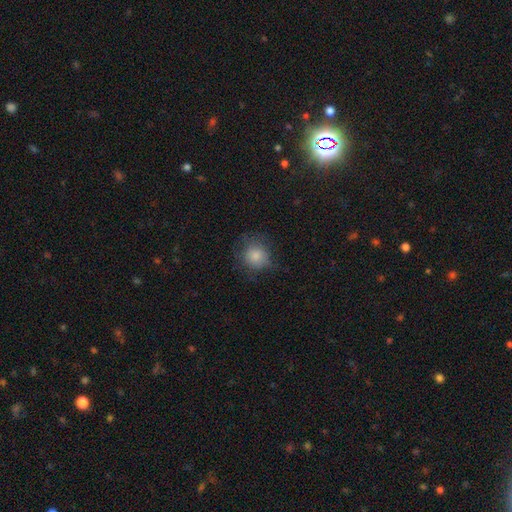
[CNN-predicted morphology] smooth-or-featured: smooth: 81% | star or artifact: 10% | featured or disk: 9%
  how-rounded: round: 87% | in between: 12% | cigar-shaped: 1%
  merging: none: 68% | minor disturbance: 22% | major disturbance: 9% | merger: 1%